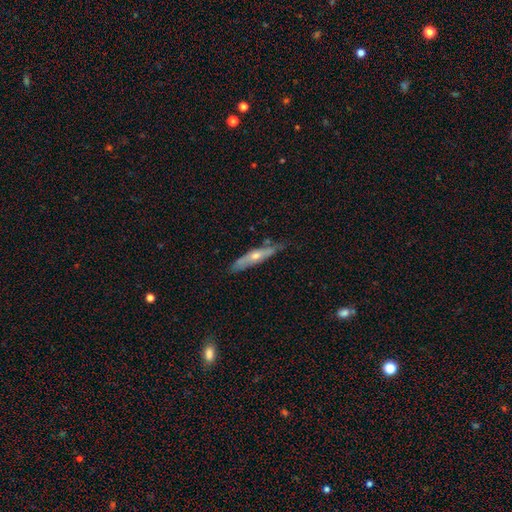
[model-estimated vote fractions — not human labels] smooth-or-featured: featured or disk: 59% | smooth: 35% | star or artifact: 6%
  disk-edge-on: yes: 77% | no: 23%
  merging: none: 74% | minor disturbance: 21% | major disturbance: 3% | merger: 2%